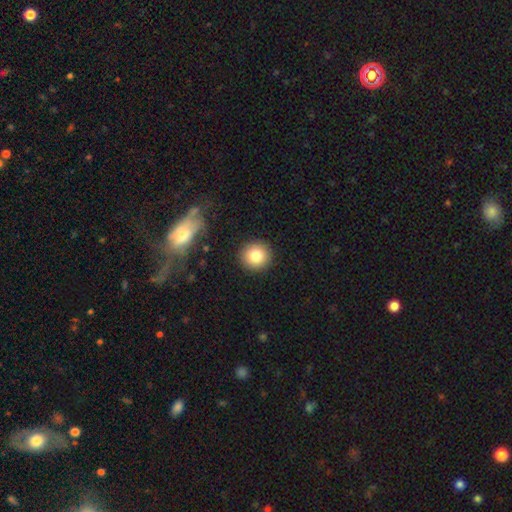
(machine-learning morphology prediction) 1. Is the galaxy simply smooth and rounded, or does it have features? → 84% smooth, 9% star or artifact, 7% featured or disk.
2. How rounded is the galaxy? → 92% round, 7% in between, 1% cigar-shaped.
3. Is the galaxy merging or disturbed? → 90% none, 6% minor disturbance, 2% major disturbance, 2% merger.